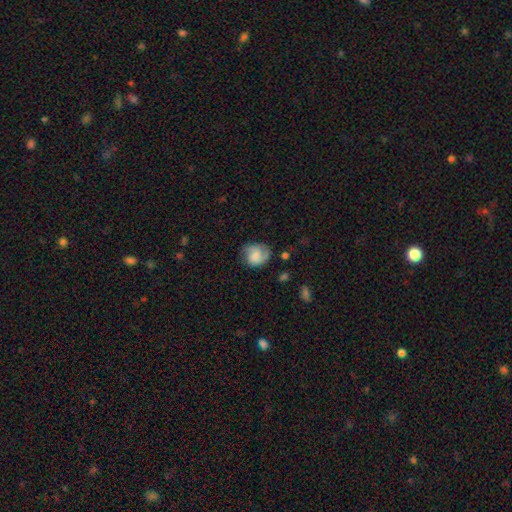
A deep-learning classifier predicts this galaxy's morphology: smooth 47%, featured or disk 45%, star or artifact 8%. Down the decision tree: merging — none (64%).